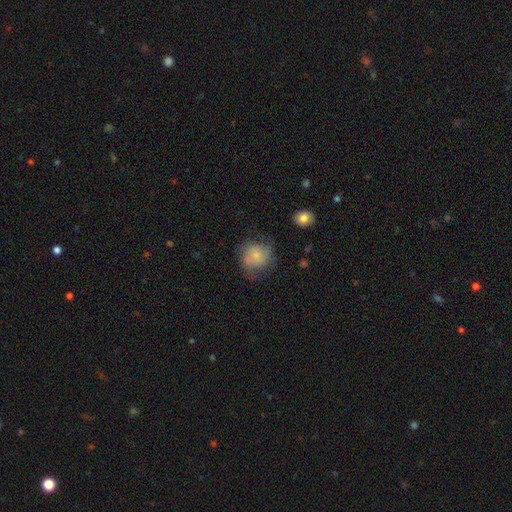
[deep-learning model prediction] Smooth or featured? Predicted: smooth (p=0.66). How rounded? Predicted: round (p=0.80). Merging? Predicted: none (p=0.58).